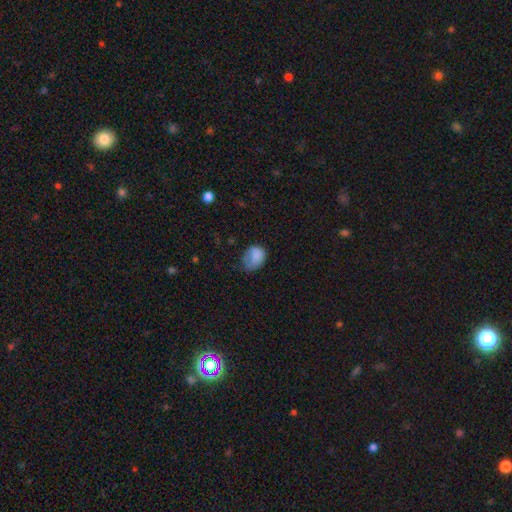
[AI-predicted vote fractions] smooth 80%, featured or disk 11%, star or artifact 9%. Down the decision tree: how rounded — in between (58%); merging — none (40%).